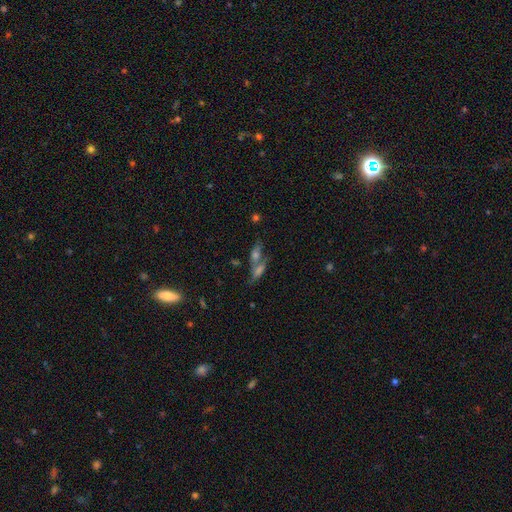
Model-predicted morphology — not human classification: A smooth galaxy with no disk features (40%). Merging: merger (45%).